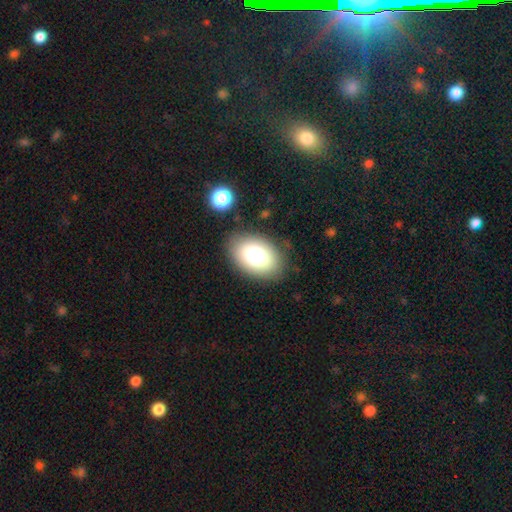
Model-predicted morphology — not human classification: smooth_or_featured: smooth (p=0.81) [alt: featured or disk p=0.11]
how_rounded: in between (p=0.88) [alt: round p=0.10]
merging: none (p=0.84) [alt: minor disturbance p=0.11]